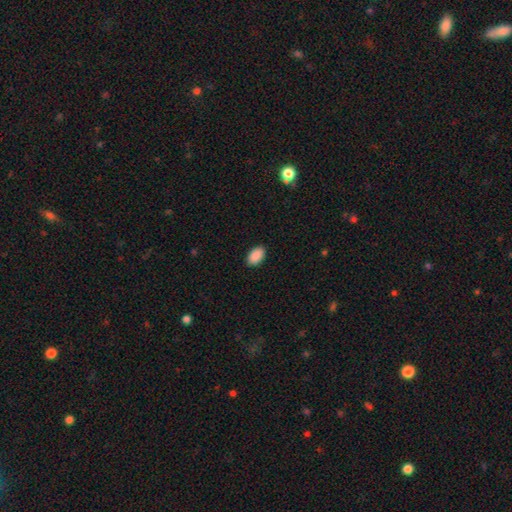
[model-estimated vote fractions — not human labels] A smooth galaxy with no disk features (91%) that is in between round and cigar-shaped (93%).

Vote fractions:
- Smooth or featured? smooth: 91% / star or artifact: 7% / featured or disk: 2%
- How rounded? in between: 93% / round: 6% / cigar-shaped: 1%
- Merging? none: 89% / minor disturbance: 8% / major disturbance: 2% / merger: 1%